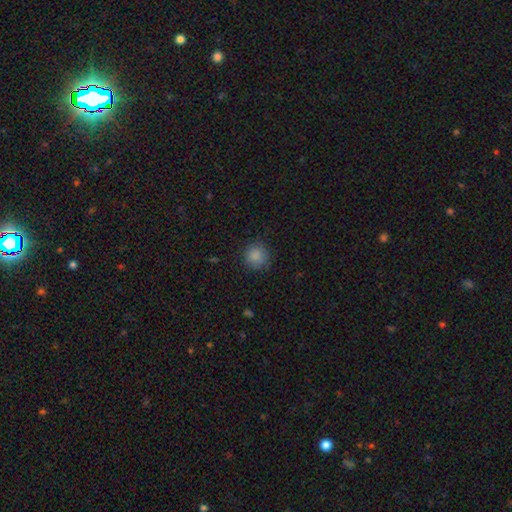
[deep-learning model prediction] smooth_or_featured: smooth (p=0.87) [alt: star or artifact p=0.10]
how_rounded: round (p=0.92) [alt: in between p=0.07]
merging: none (p=0.85) [alt: minor disturbance p=0.11]